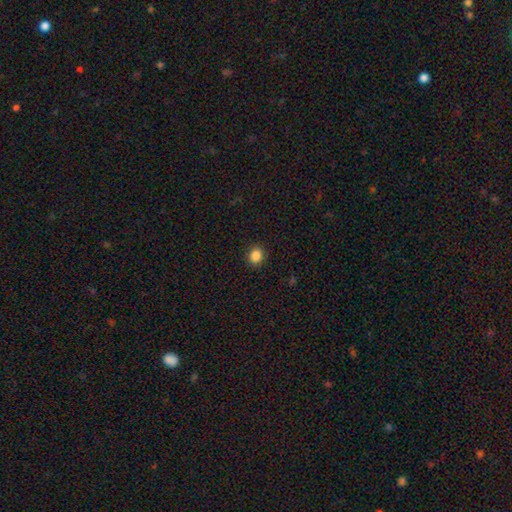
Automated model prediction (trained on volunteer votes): smooth_or_featured: smooth (p=0.86) [alt: star or artifact p=0.11]
how_rounded: round (p=0.64) [alt: in between p=0.35]
merging: none (p=0.90) [alt: minor disturbance p=0.07]